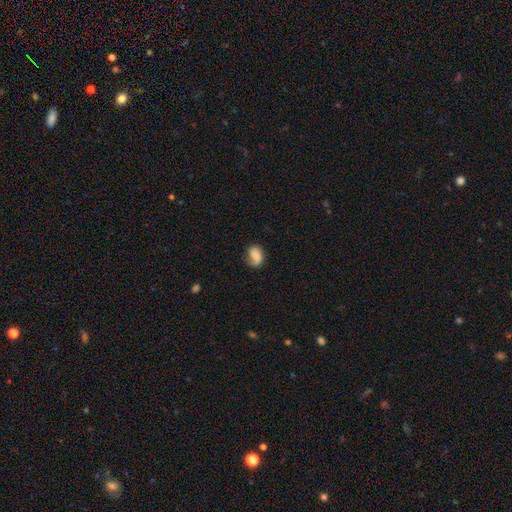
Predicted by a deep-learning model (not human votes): Smooth or featured: smooth — 59% (featured or disk — 33%)
How rounded: in between — 68% (round — 30%)
Merging: none — 53% (minor disturbance — 28%)